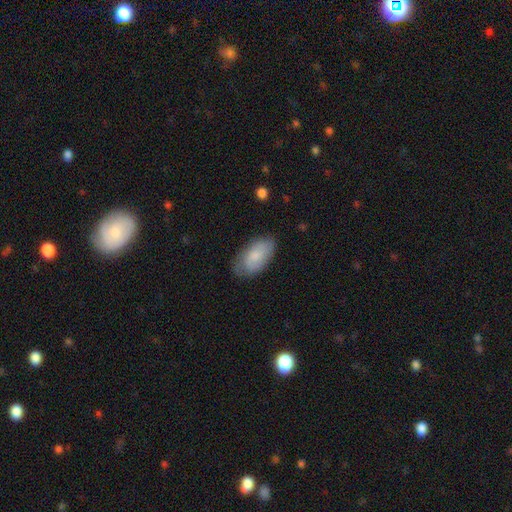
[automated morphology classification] smooth_or_featured: smooth (p=0.71) [alt: featured or disk p=0.23]
how_rounded: in between (p=0.94) [alt: round p=0.03]
merging: none (p=0.72) [alt: minor disturbance p=0.22]